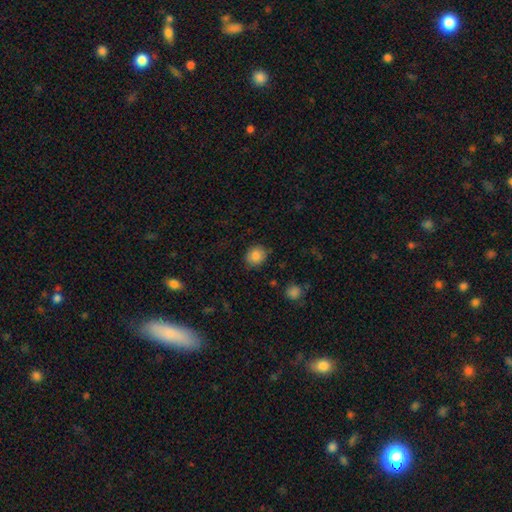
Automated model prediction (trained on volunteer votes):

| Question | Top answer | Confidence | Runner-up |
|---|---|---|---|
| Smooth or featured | smooth | 85% | star or artifact (9%) |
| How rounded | round | 68% | in between (31%) |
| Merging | none | 85% | minor disturbance (11%) |